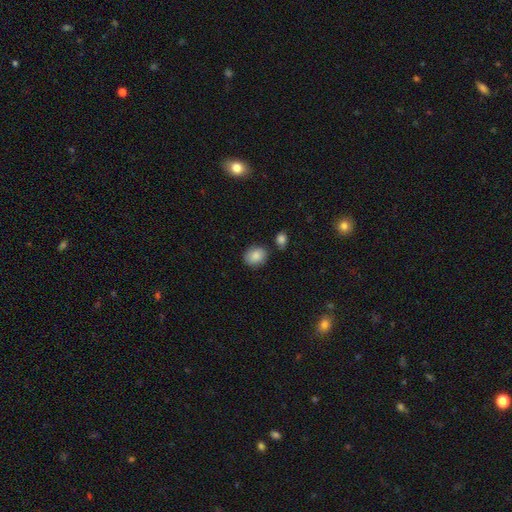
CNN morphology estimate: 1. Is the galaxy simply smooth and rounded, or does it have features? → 87% smooth, 8% star or artifact, 6% featured or disk.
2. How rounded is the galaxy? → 52% in between, 47% round, 1% cigar-shaped.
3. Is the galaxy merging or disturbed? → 79% none, 12% minor disturbance, 6% merger, 3% major disturbance.